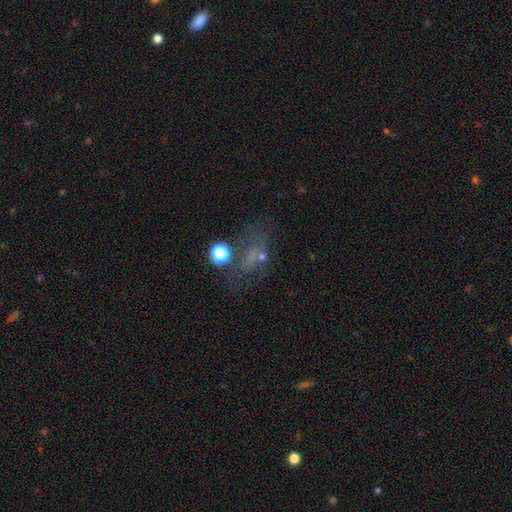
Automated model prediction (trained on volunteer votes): A smooth galaxy with no disk features (43%). Merging: none (42%).